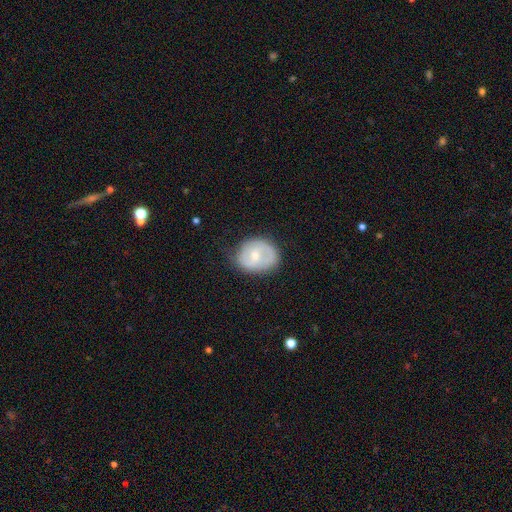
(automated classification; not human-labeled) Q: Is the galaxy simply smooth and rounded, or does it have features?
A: smooth — 48%.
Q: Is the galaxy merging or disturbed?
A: none — 67%.